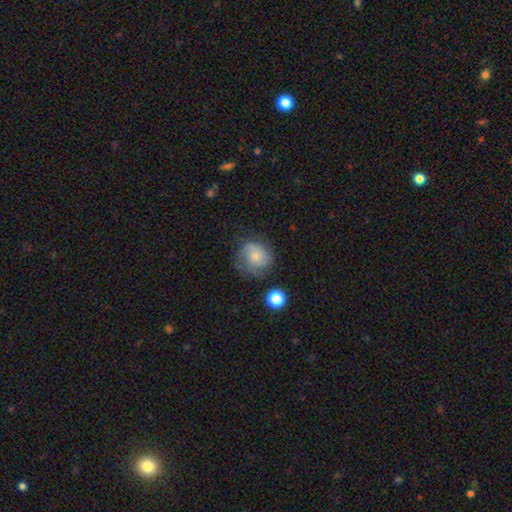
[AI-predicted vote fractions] Overall: smooth (61%; featured or disk 29%). How rounded: round (82%). Merging: none (56%; minor disturbance 26%).